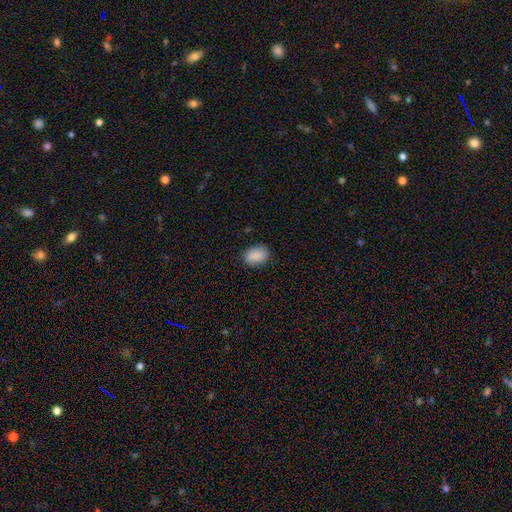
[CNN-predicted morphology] smooth_or_featured: smooth (p=0.89) [alt: star or artifact p=0.08]
how_rounded: in between (p=0.78) [alt: round p=0.20]
merging: none (p=0.83) [alt: minor disturbance p=0.13]